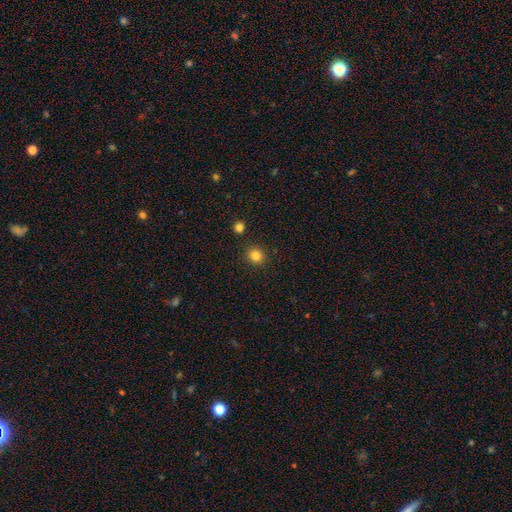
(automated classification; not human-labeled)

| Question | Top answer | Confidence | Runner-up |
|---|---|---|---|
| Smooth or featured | smooth | 83% | star or artifact (12%) |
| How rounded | round | 90% | in between (9%) |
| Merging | none | 90% | minor disturbance (6%) |